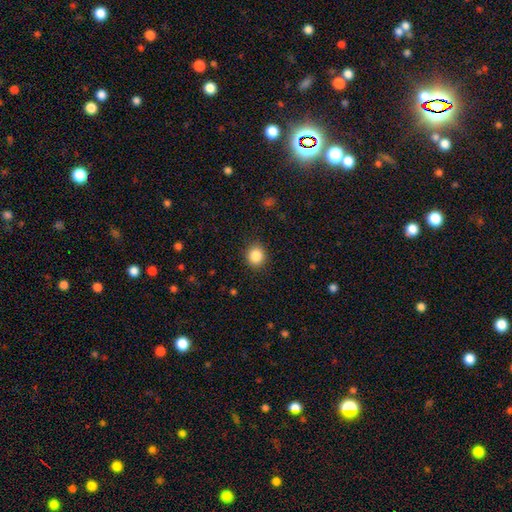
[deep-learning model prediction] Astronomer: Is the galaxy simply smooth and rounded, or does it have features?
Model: smooth — 86%.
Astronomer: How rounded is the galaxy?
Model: round — 84%.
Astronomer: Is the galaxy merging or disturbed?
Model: none — 90%.